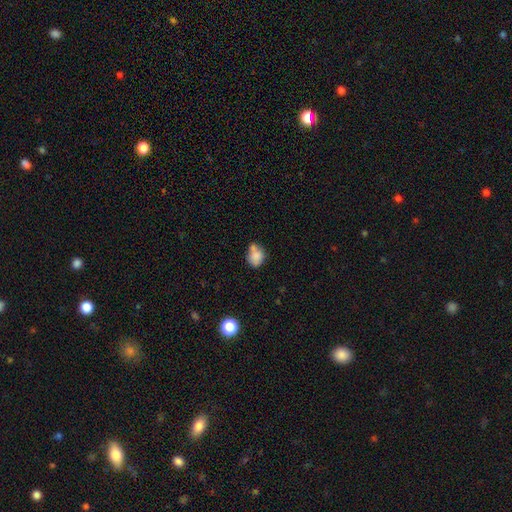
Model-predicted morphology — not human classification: Smooth or featured?
  - smooth: 80% *
  - featured or disk: 10%
  - star or artifact: 10%
How rounded?
  - round: 53% *
  - in between: 46%
  - cigar-shaped: 1%
Merging?
  - none: 43% *
  - merger: 27%
  - minor disturbance: 22%
  - major disturbance: 7%